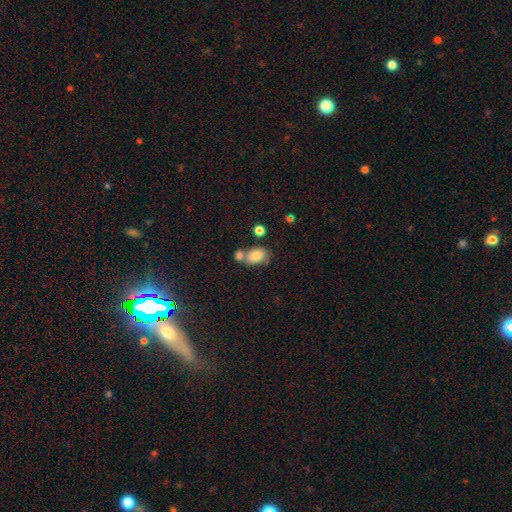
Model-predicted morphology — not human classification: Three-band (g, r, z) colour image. It shows a smooth galaxy with no disk features (79%) that is in between round and cigar-shaped (81%). Merging: none (45%).